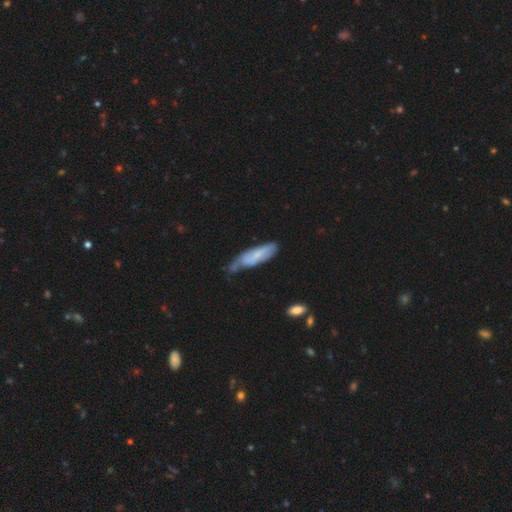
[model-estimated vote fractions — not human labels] smooth 53%, featured or disk 40%, star or artifact 7%. Down the decision tree: how rounded — cigar-shaped (50%); merging — minor disturbance (41%).